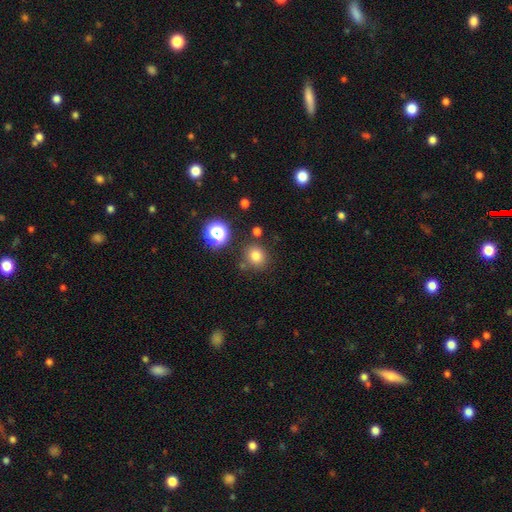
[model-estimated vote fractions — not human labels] This is likely a smooth galaxy (76%). How rounded: likely round (80%). Merging: likely none (79%).